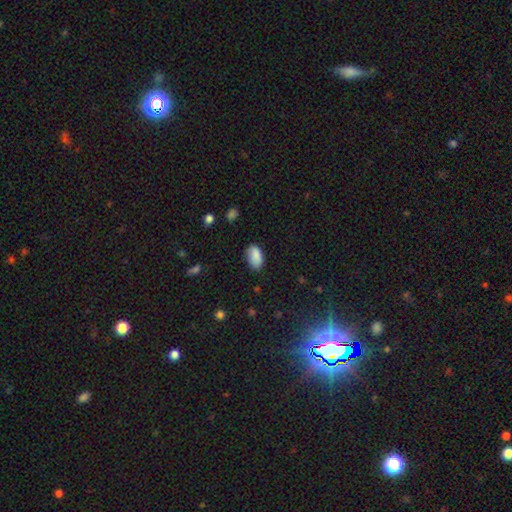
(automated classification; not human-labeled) Smooth or featured? smooth (87%)
How rounded? in between (94%)
Merging? none (74%)